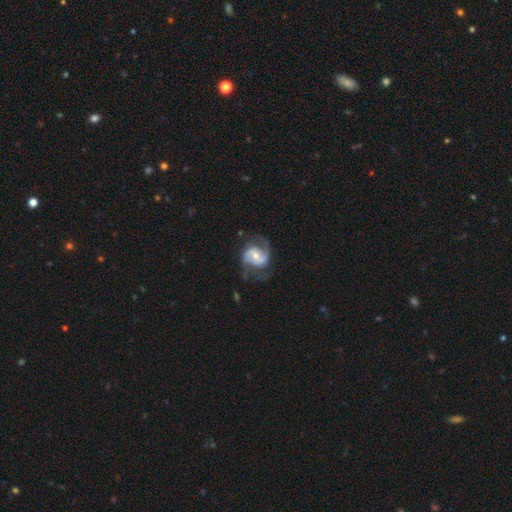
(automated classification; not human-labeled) Smooth or featured: featured or disk — 78% (smooth — 16%)
Edge-on disk: no — 97% (yes — 3%)
Bar: no — 44% (weak — 39%)
Spiral arms: yes — 90% (no — 10%)
Spiral winding: medium — 47% (loose — 31%)
Spiral arm count: 2 — 84% (can't tell — 7%)
Bulge size: moderate — 59% (small — 34%)
Merging: none — 60% (minor disturbance — 20%)